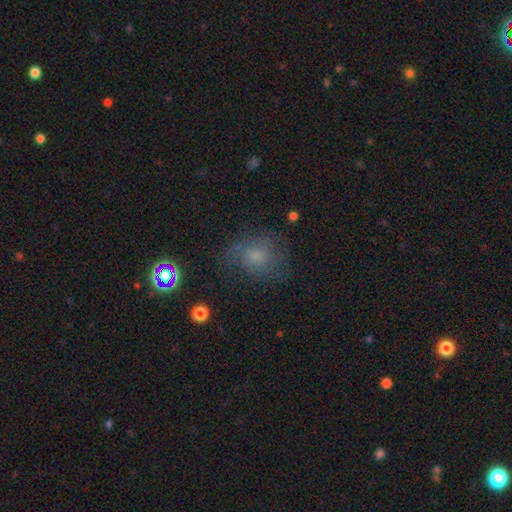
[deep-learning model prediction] The model was most divided on "smooth or featured": smooth: 49%, featured or disk: 32%, star or artifact: 20%. More confident: merging — none (59%).